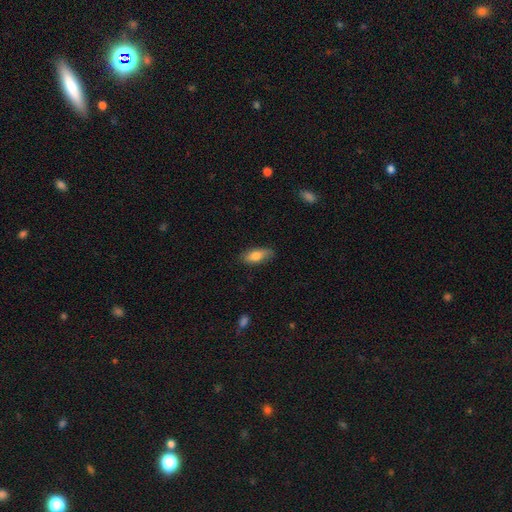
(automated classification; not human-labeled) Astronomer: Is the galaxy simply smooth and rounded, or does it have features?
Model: smooth — 77%.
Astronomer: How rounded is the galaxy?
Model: in between — 82%.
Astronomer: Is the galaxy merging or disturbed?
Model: none — 77%.